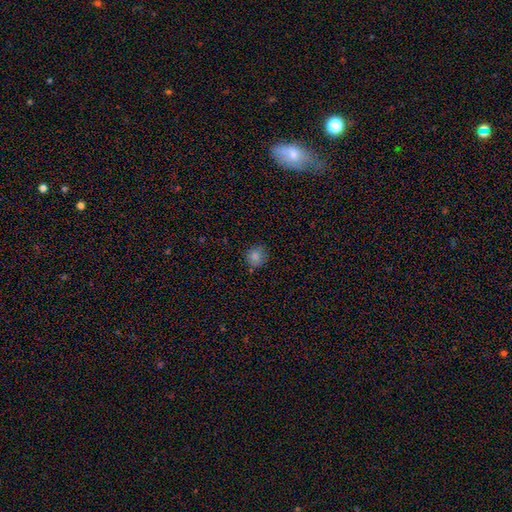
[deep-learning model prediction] Smooth or featured? smooth (80%)
How rounded? round (88%)
Merging? none (83%)